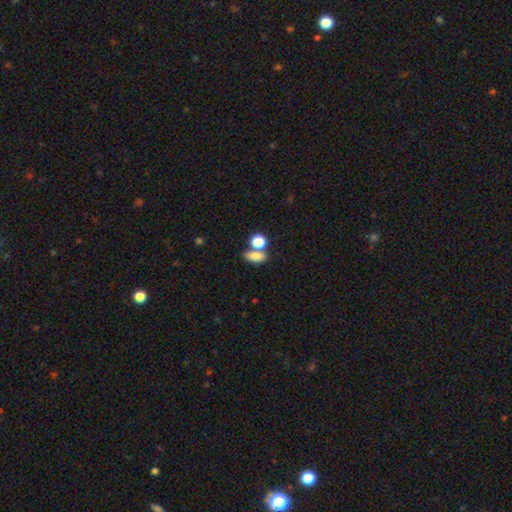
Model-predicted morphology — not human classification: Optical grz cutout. It shows a smooth galaxy with no disk features (80%) that is in between round and cigar-shaped (75%). Merging: none (52%).